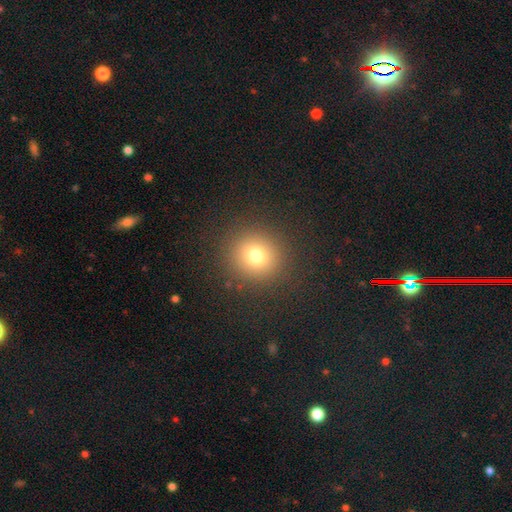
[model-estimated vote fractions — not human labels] smooth 75%, star or artifact 16%, featured or disk 9%. Down the decision tree: how rounded — round (90%); merging — none (90%).